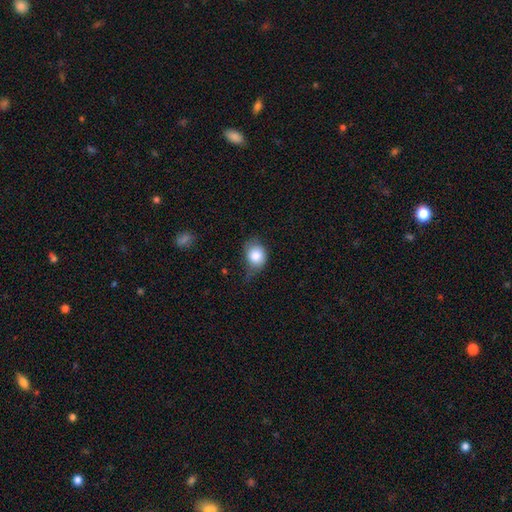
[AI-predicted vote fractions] The model was most divided on "merging": minor disturbance: 43%, none: 36%, major disturbance: 18%, merger: 3%. More confident: smooth or featured — smooth (81%); how rounded — round (54%).